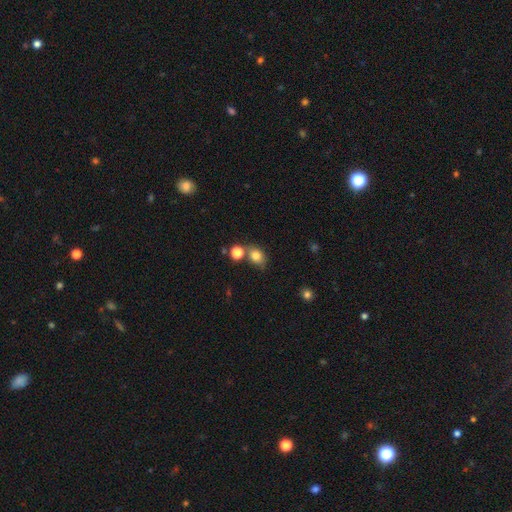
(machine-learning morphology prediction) Smooth or featured? Predicted: smooth (p=0.80). How rounded? Predicted: round (p=0.54). Merging? Predicted: none (p=0.59).